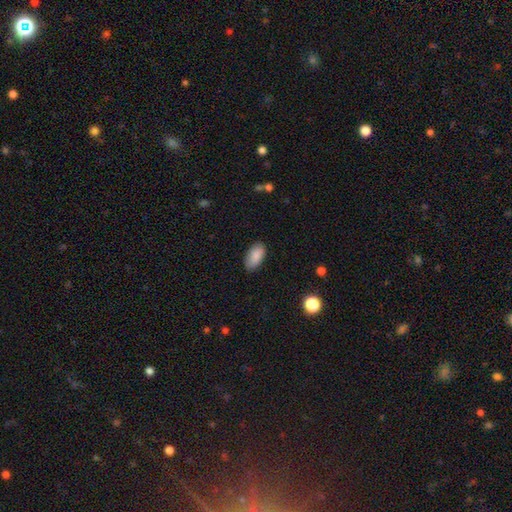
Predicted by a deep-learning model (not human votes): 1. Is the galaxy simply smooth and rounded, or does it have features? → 88% smooth, 7% star or artifact, 5% featured or disk.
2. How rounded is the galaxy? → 94% in between, 4% cigar-shaped, 3% round.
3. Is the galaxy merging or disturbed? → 84% none, 13% minor disturbance, 3% major disturbance, 1% merger.